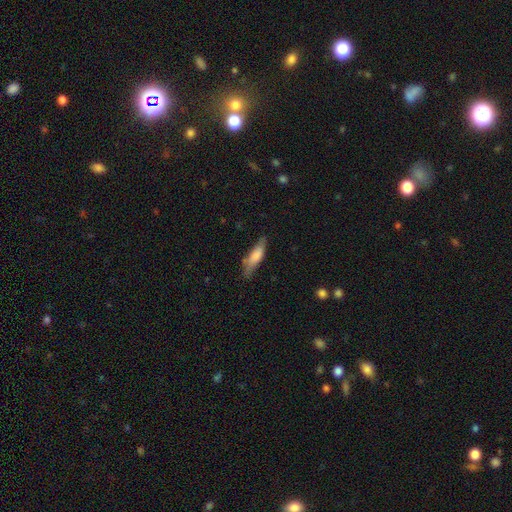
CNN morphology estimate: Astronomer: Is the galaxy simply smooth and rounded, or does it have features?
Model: smooth — 74%.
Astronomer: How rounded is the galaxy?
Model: cigar-shaped — 54% (runner-up: in between, 45%).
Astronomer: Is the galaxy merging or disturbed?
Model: none — 64%.